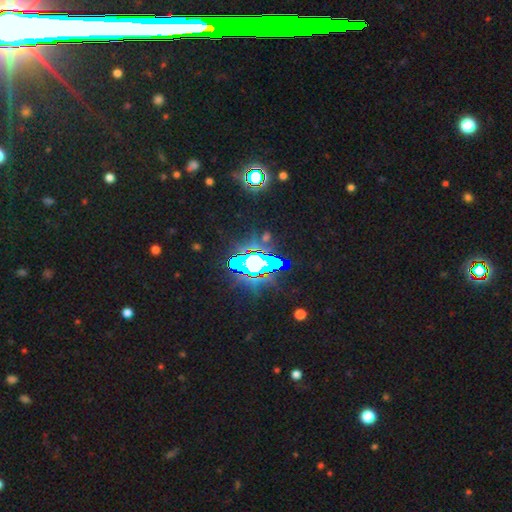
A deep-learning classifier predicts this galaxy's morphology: A star or artifact, not a galaxy (64%).